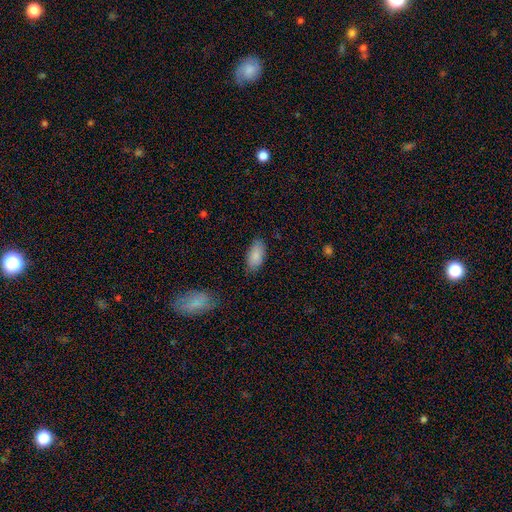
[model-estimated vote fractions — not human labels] Smooth or featured? Predicted: smooth (p=0.85). How rounded? Predicted: in between (p=0.93). Merging? Predicted: none (p=0.81).